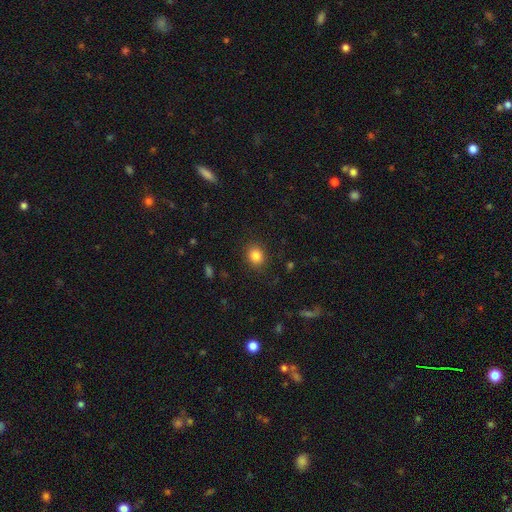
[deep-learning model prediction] Smooth or featured? Predicted: smooth (p=0.84). How rounded? Predicted: round (p=0.64). Merging? Predicted: none (p=0.87).